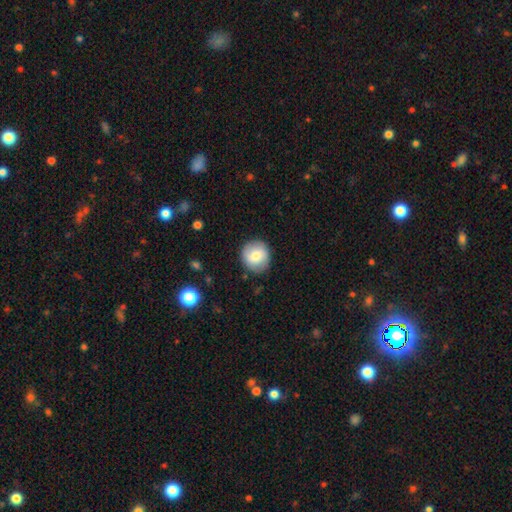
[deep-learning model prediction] A smooth galaxy with no disk features (76%) that is round (93%).

Vote fractions:
- Smooth or featured? smooth: 76% / featured or disk: 17% / star or artifact: 7%
- How rounded? round: 93% / in between: 7% / cigar-shaped: 1%
- Merging? none: 87% / minor disturbance: 10% / major disturbance: 2% / merger: 1%